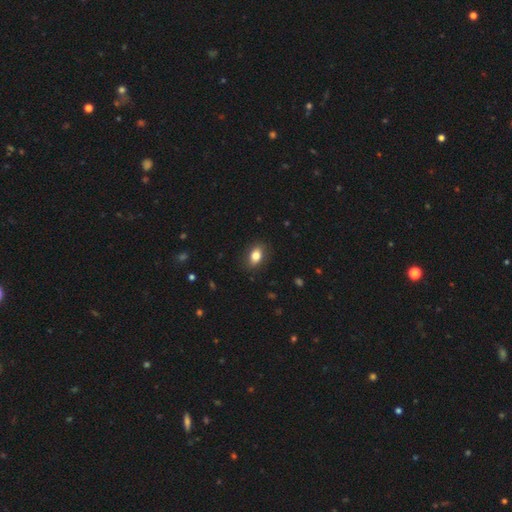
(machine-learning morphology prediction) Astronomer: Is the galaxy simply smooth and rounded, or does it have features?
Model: smooth — 81%.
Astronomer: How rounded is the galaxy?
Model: in between — 82%.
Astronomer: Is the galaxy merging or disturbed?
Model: none — 84%.